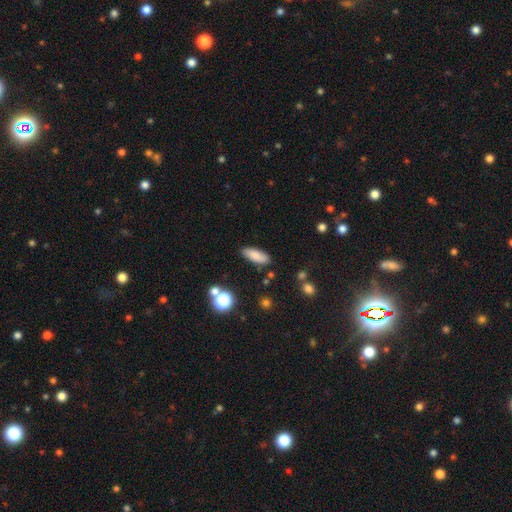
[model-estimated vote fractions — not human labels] Overall: smooth (83%). How rounded: in between (70%). Merging: none (82%).